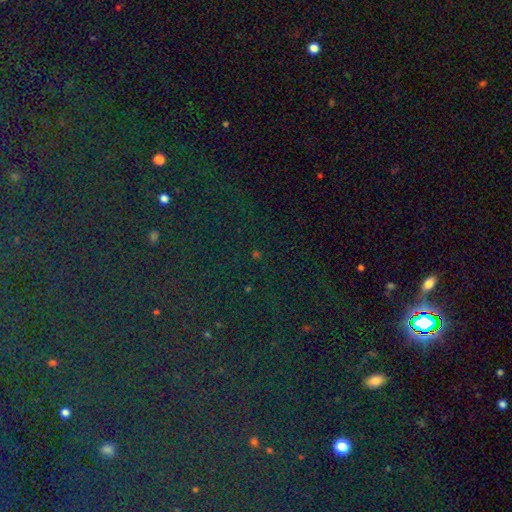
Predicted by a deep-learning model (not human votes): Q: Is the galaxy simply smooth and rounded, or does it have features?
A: star or artifact — 83%.